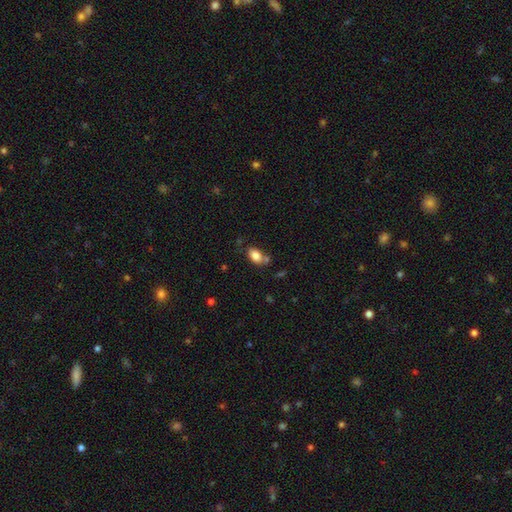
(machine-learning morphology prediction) Q: Smooth or featured?
A: smooth (84%); runner-up: star or artifact (9%)
Q: How rounded?
A: in between (87%); runner-up: round (11%)
Q: Merging?
A: none (61%); runner-up: merger (17%)